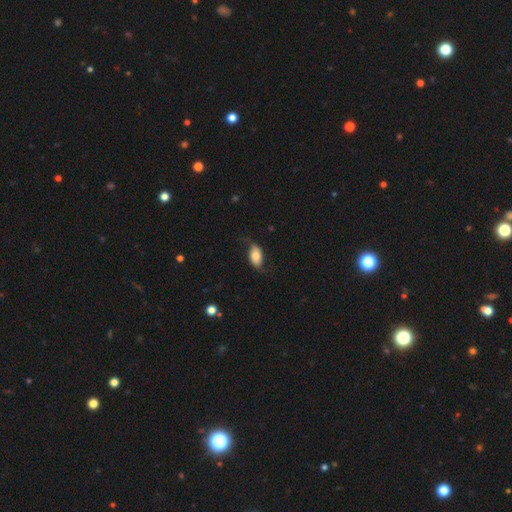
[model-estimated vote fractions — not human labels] This appears to be a smooth galaxy with no disk features (61%) that is in between round and cigar-shaped (91%). Merging: none (64%).